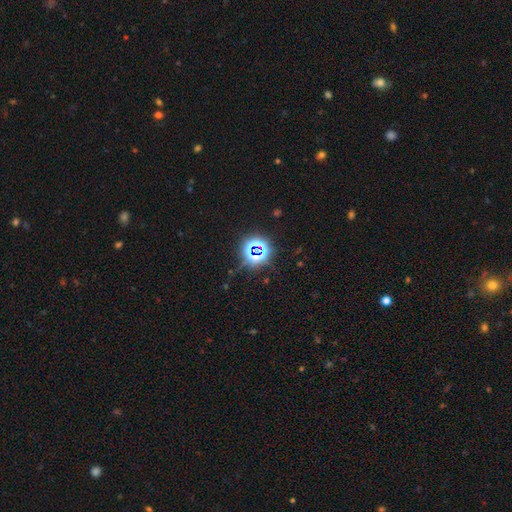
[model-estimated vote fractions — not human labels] Overall: star or artifact (76%).